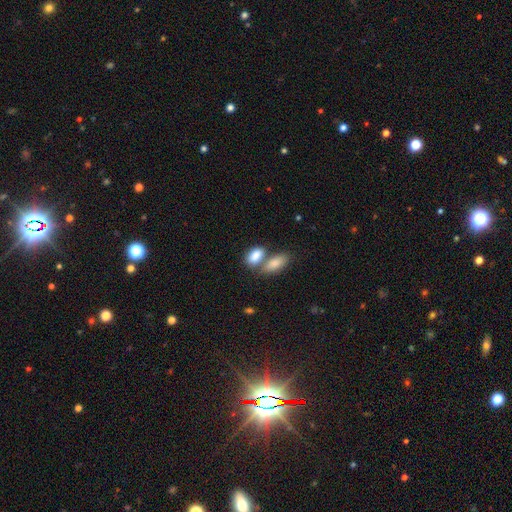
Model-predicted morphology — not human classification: Smooth or featured: smooth — 85% (featured or disk — 9%)
How rounded: in between — 90% (round — 6%)
Merging: merger — 52% (none — 35%)